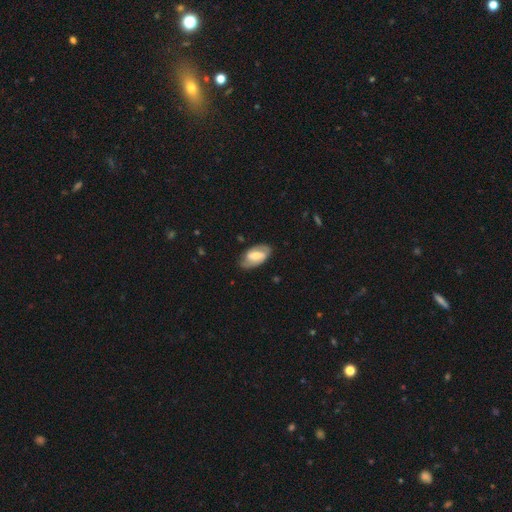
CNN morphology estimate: smooth_or_featured: featured or disk (p=0.61) [alt: smooth p=0.33]
disk_edge_on: no (p=0.93) [alt: yes p=0.07]
bar: weak (p=0.41) [tied with: strong p=0.41]
has_spiral_arms: yes (p=0.74) [alt: no p=0.26]
bulge_size: moderate (p=0.50) [alt: small p=0.28]
merging: none (p=0.77) [alt: minor disturbance p=0.17]